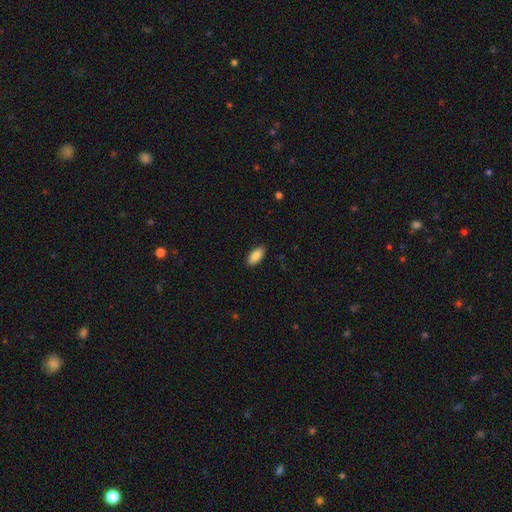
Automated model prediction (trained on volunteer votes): Smooth or featured?
  - smooth: 86% *
  - featured or disk: 7%
  - star or artifact: 7%
How rounded?
  - in between: 89% *
  - cigar-shaped: 9%
  - round: 2%
Merging?
  - none: 89% *
  - minor disturbance: 8%
  - major disturbance: 2%
  - merger: 1%